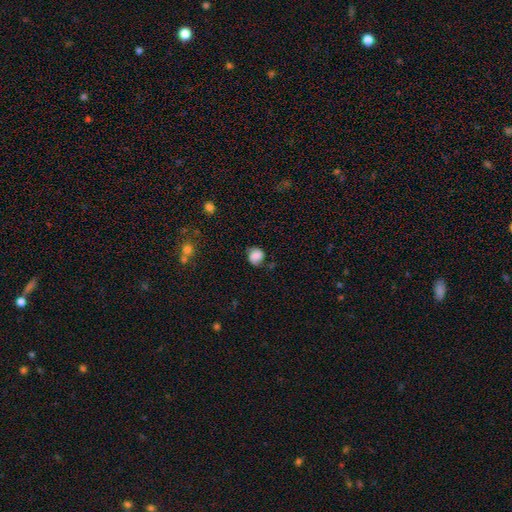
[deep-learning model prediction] The model was most divided on "merging": none: 62%, minor disturbance: 26%, major disturbance: 9%, merger: 3%. More confident: smooth or featured — smooth (73%); how rounded — round (73%).